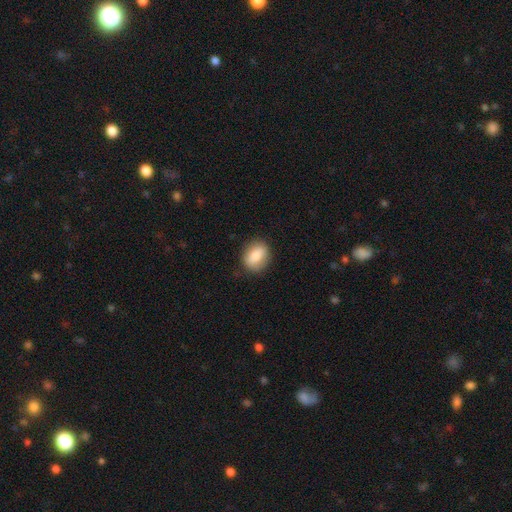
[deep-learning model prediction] The model was most divided on "how rounded": in between: 62%, round: 36%, cigar-shaped: 1%. More confident: smooth or featured — smooth (82%); merging — none (82%).